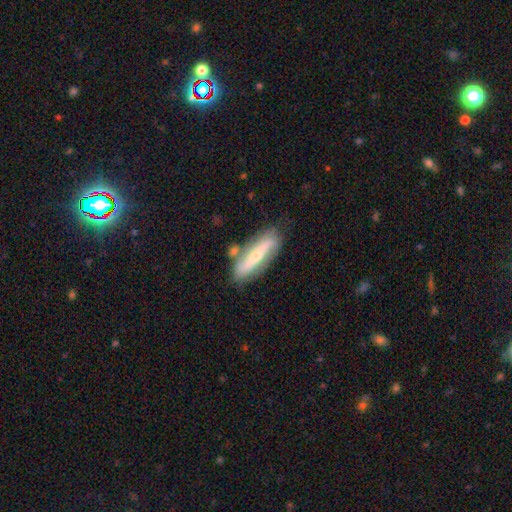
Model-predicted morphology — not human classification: A featured or disk galaxy (59%). Merging: none (74%).